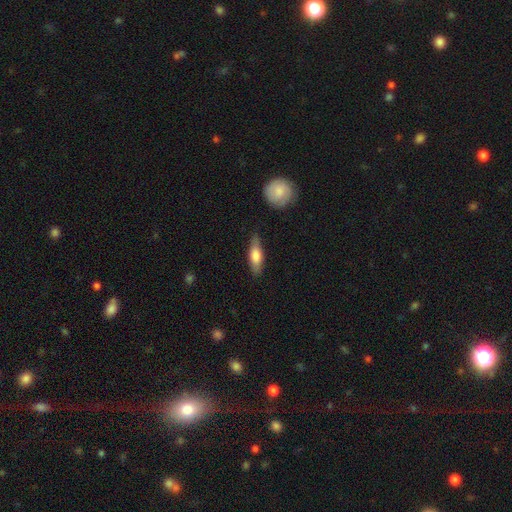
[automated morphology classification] smooth_or_featured: smooth (p=0.65) [alt: featured or disk p=0.30]
how_rounded: in between (p=0.50) [alt: cigar-shaped p=0.47]
merging: none (p=0.78) [alt: minor disturbance p=0.17]